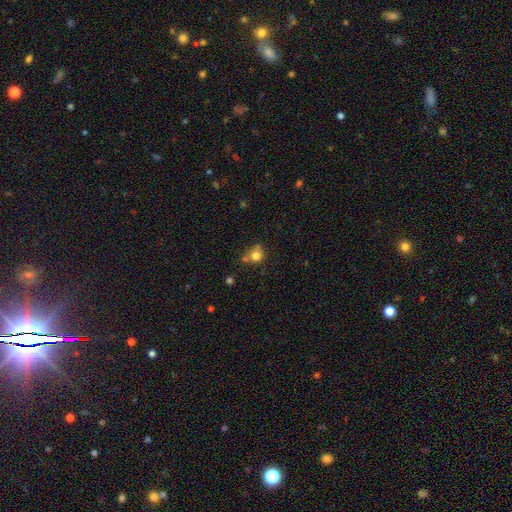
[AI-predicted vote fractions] Smooth or featured? Predicted: smooth (p=0.77). How rounded? Predicted: round (p=0.83). Merging? Predicted: none (p=0.55).